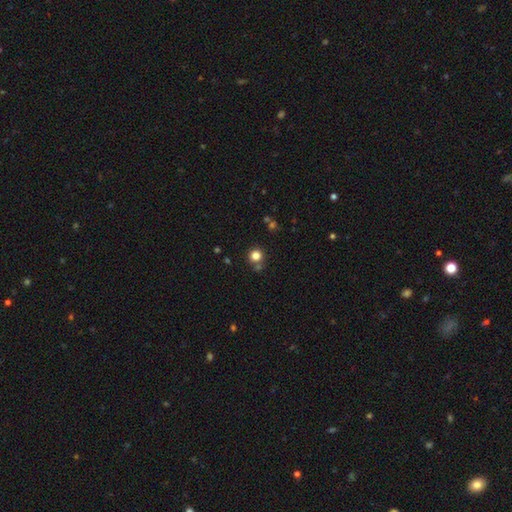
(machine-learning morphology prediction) A smooth galaxy with no disk features (80%) that is round (93%). Merging: none (78%).